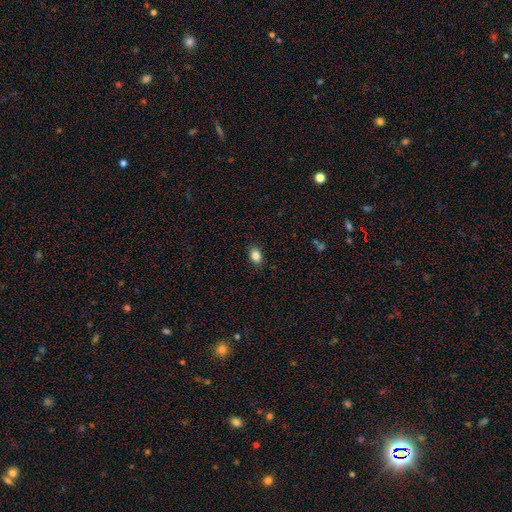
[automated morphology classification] The model was most divided on "how rounded": in between: 75%, round: 24%, cigar-shaped: 1%. More confident: merging — none (88%); smooth or featured — smooth (85%).